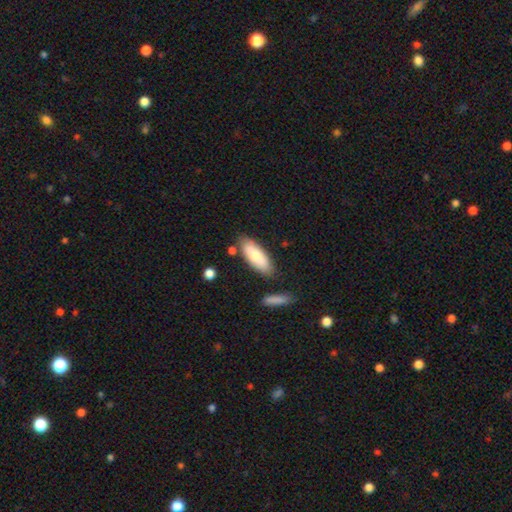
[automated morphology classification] Smooth or featured?
  - smooth: 76% *
  - featured or disk: 19%
  - star or artifact: 6%
How rounded?
  - in between: 71% *
  - cigar-shaped: 27%
  - round: 2%
Merging?
  - none: 77% *
  - minor disturbance: 13%
  - merger: 6%
  - major disturbance: 3%